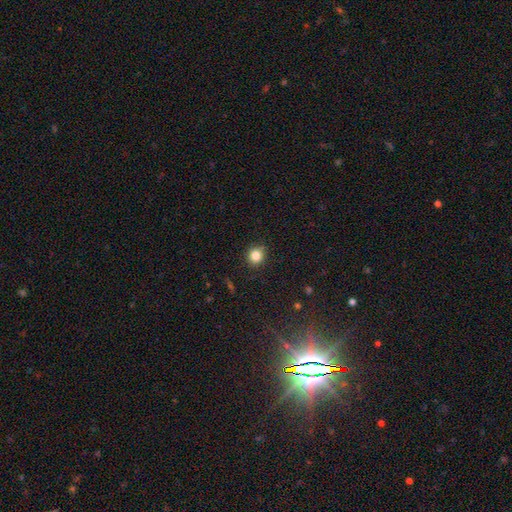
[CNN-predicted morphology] A smooth galaxy with no disk features (83%) that is round (85%). Merging: none (87%).